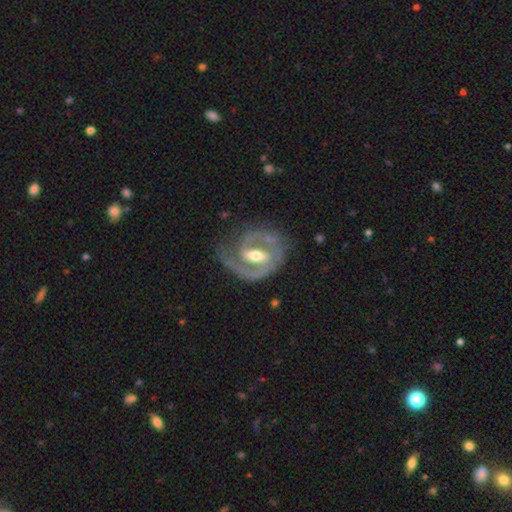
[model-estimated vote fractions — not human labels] Morphology: type=featured or disk (89%); edge-on=no (97%); bar=strong (49%); spiral arms=yes (95%); winding=medium (48%); arm count=2 (82%); bulge=moderate (65%); merging=none (72%).